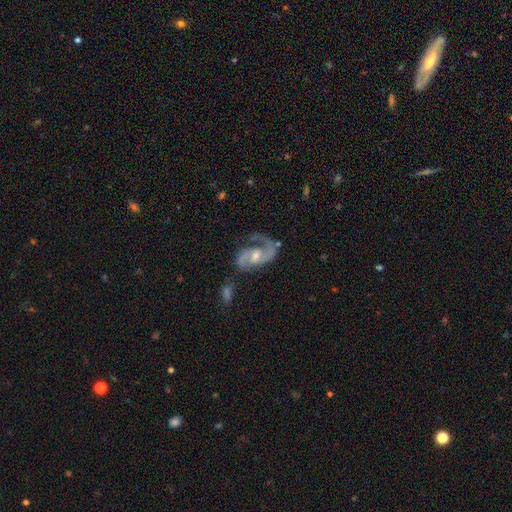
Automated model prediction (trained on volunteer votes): A featured or disk galaxy (90%) with a weak bar (44%), 2 (83%) medium (57%) spiral arms (97%) and a moderate central bulge (53%).

Vote fractions:
- Smooth or featured? featured or disk: 90% / star or artifact: 5% / smooth: 5%
- Edge-on disk? no: 97% / yes: 3%
- Bar? weak: 44% / no: 42% / strong: 14%
- Spiral arms? yes: 97% / no: 3%
- Spiral winding? medium: 57% / loose: 23% / tight: 21%
- Spiral arm count? 2: 83% / 1: 10% / can't tell: 3% / 3: 2% / 4: 1% / more than 4: 1%
- Bulge size? moderate: 53% / small: 39% / none: 4% / large: 4% / dominant: 1%
- Merging? none: 59% / minor disturbance: 20% / major disturbance: 16% / merger: 5%